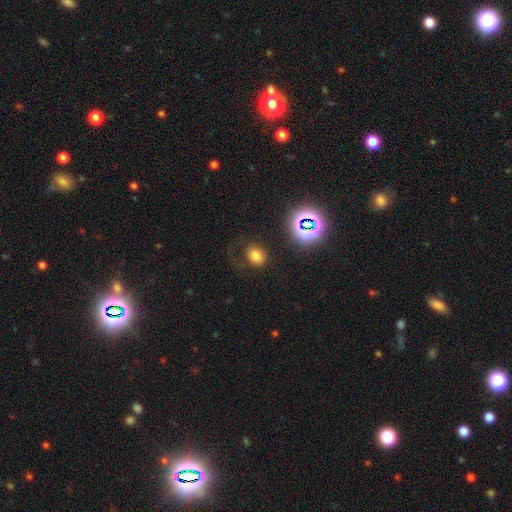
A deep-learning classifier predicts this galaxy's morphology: smooth 71%, star or artifact 20%, featured or disk 9%. Down the decision tree: how rounded — in between (51%); merging — none (71%).